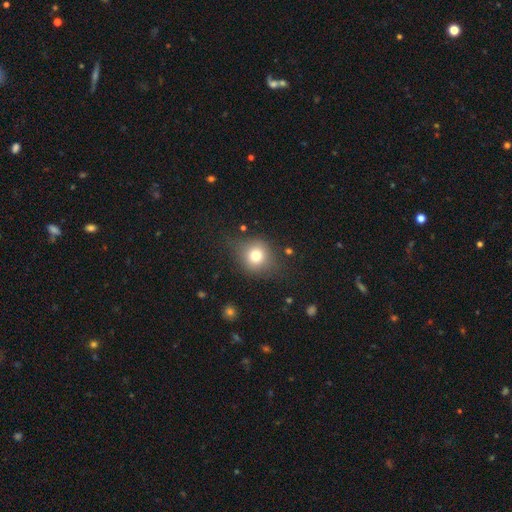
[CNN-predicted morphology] This is likely a smooth galaxy (76%). How rounded: clearly round (81%). Merging: likely none (72%).